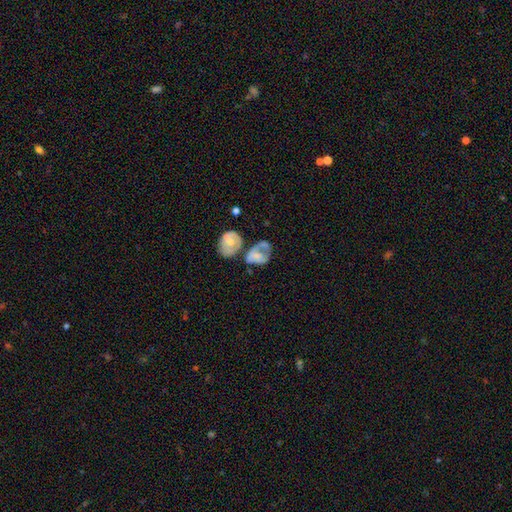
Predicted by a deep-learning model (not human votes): This is possibly a smooth galaxy (54%). How rounded: likely in between (72%). Merging: marginally merger (29%).